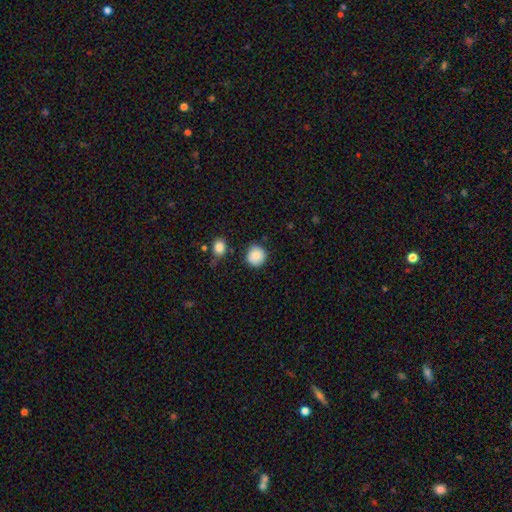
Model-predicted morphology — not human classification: Q: Smooth or featured?
A: smooth (85%); runner-up: star or artifact (8%)
Q: How rounded?
A: round (92%); runner-up: in between (7%)
Q: Merging?
A: none (82%); runner-up: minor disturbance (12%)